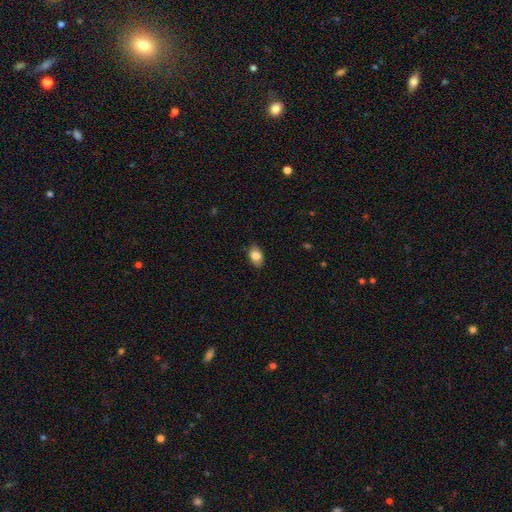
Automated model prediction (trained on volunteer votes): A smooth galaxy with no disk features (83%) that is in between round and cigar-shaped (84%). Merging: none (84%).